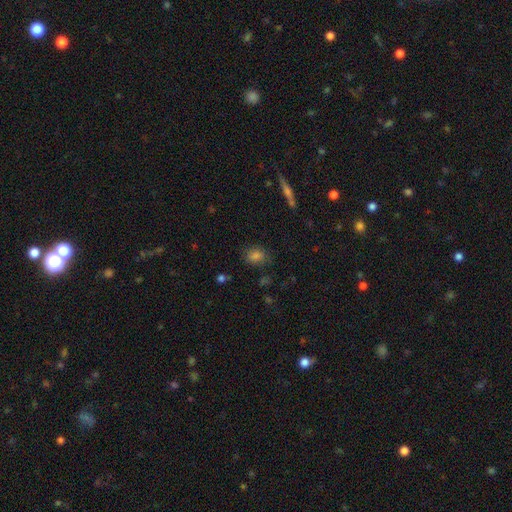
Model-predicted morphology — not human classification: The model was most divided on "how rounded": round: 54%, in between: 44%, cigar-shaped: 2%. More confident: merging — none (79%); smooth or featured — smooth (78%).